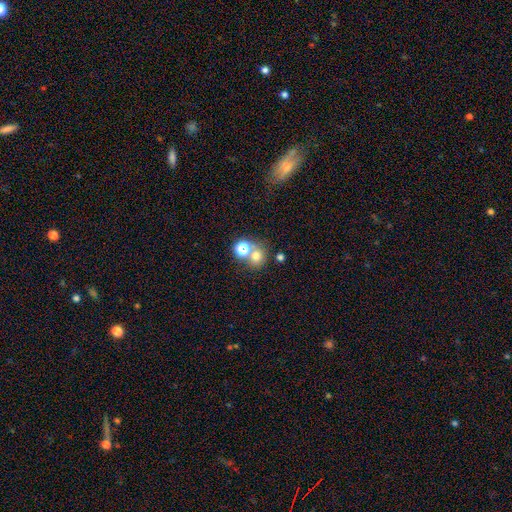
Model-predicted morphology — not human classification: This is likely a smooth galaxy (66%). How rounded: likely round (77%). Merging: possibly none (49%).